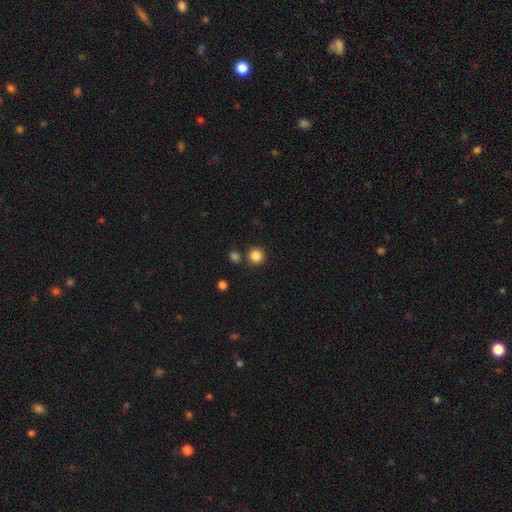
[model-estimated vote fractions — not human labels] Smooth or featured?
  - smooth: 85% *
  - star or artifact: 11%
  - featured or disk: 4%
How rounded?
  - round: 94% *
  - in between: 5%
  - cigar-shaped: 1%
Merging?
  - none: 83% *
  - merger: 8%
  - minor disturbance: 6%
  - major disturbance: 2%